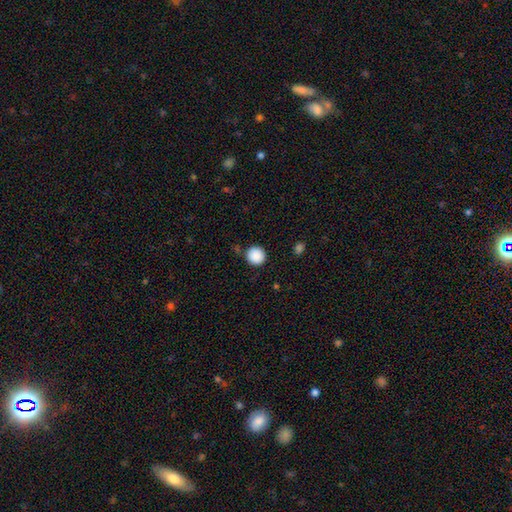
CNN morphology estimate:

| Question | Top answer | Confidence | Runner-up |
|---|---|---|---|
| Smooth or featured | smooth | 89% | star or artifact (9%) |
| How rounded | round | 94% | in between (5%) |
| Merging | none | 89% | minor disturbance (7%) |